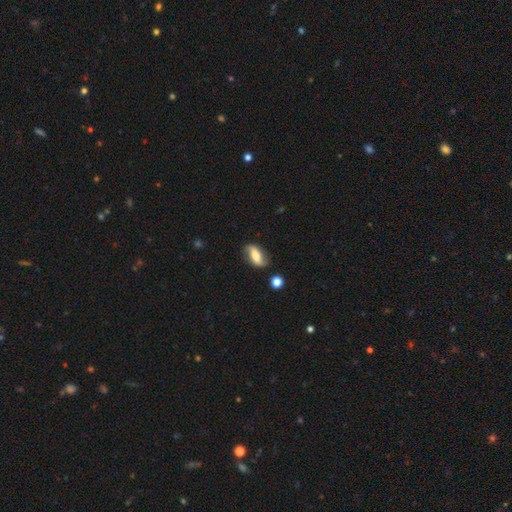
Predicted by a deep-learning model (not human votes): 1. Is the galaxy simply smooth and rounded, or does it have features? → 50% featured or disk, 42% smooth, 8% star or artifact.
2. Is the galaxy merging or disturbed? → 72% none, 19% minor disturbance, 6% major disturbance, 3% merger.